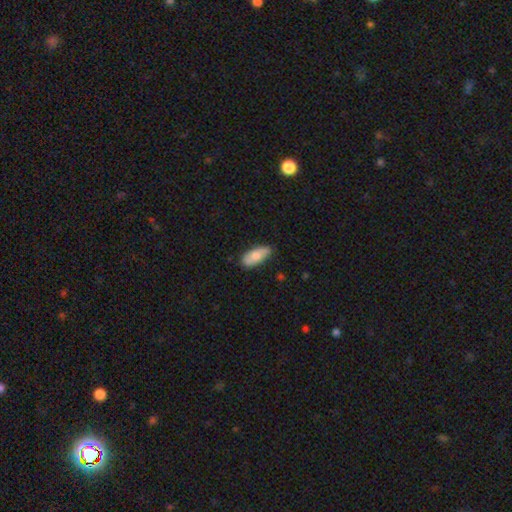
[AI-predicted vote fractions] Smooth or featured?
  - smooth: 71% *
  - featured or disk: 22%
  - star or artifact: 6%
How rounded?
  - in between: 87% *
  - cigar-shaped: 10%
  - round: 3%
Merging?
  - none: 73% *
  - minor disturbance: 22%
  - major disturbance: 3%
  - merger: 2%